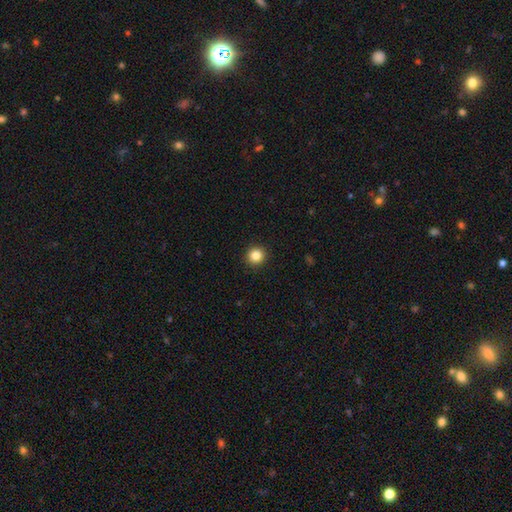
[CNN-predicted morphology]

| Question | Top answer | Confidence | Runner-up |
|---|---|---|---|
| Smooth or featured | smooth | 85% | star or artifact (11%) |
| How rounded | round | 93% | in between (6%) |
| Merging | none | 93% | minor disturbance (5%) |